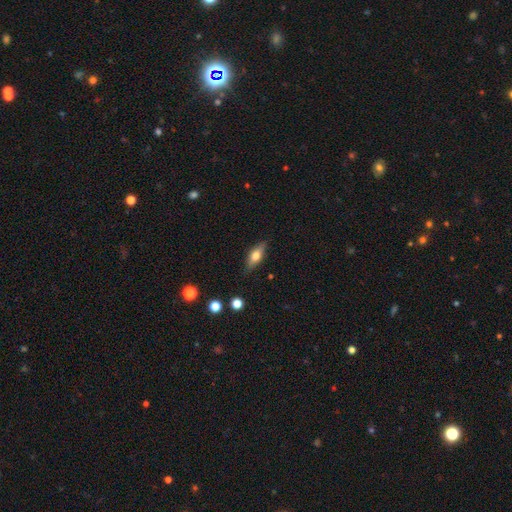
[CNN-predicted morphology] smooth_or_featured: smooth (p=0.62) [alt: featured or disk p=0.31]
how_rounded: in between (p=0.65) [alt: cigar-shaped p=0.31]
merging: none (p=0.84) [alt: minor disturbance p=0.12]